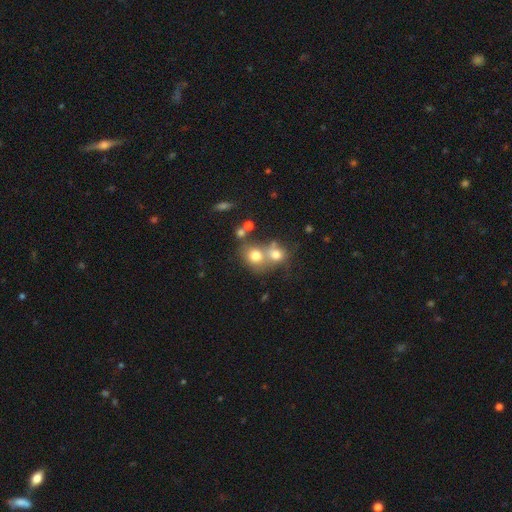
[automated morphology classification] smooth 73%, featured or disk 14%, star or artifact 13%. Down the decision tree: how rounded — round (71%); merging — merger (50%).